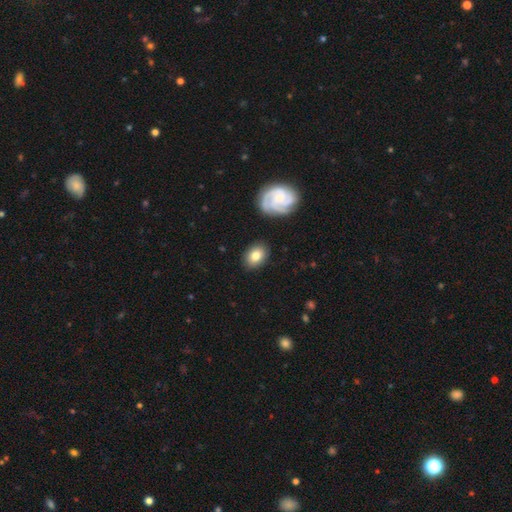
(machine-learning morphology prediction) A smooth galaxy with no disk features (68%) that is in between round and cigar-shaped (64%).

Vote fractions:
- Smooth or featured? smooth: 68% / featured or disk: 25% / star or artifact: 7%
- How rounded? in between: 64% / round: 34% / cigar-shaped: 1%
- Merging? none: 85% / minor disturbance: 10% / major disturbance: 3% / merger: 2%